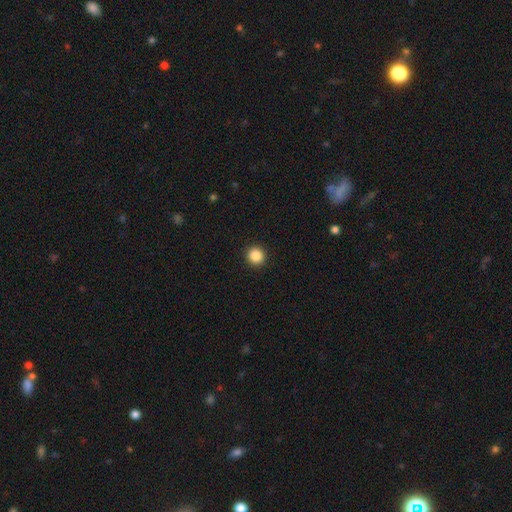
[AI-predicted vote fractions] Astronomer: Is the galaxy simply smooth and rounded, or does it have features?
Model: smooth — 86%.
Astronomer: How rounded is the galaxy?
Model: round — 93%.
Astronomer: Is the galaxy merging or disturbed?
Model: none — 93%.